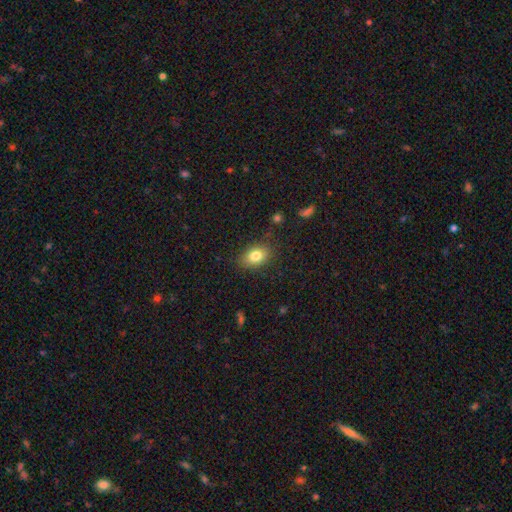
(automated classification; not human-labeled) Smooth or featured?
  - smooth: 81% *
  - featured or disk: 10%
  - star or artifact: 9%
How rounded?
  - in between: 81% *
  - round: 17%
  - cigar-shaped: 2%
Merging?
  - none: 84% *
  - minor disturbance: 12%
  - major disturbance: 3%
  - merger: 1%